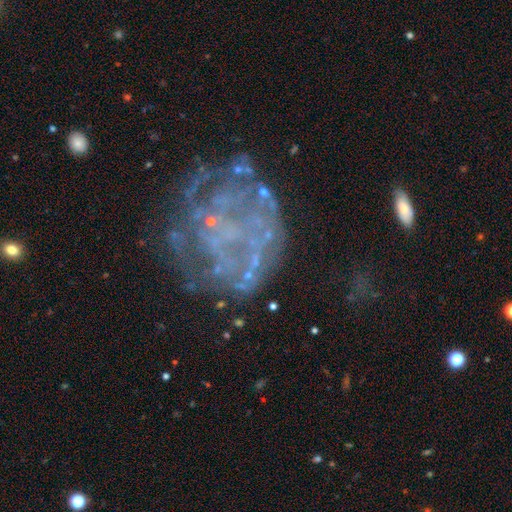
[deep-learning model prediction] Smooth or featured? Predicted: featured or disk (p=0.72). Edge-on disk? Predicted: no (p=0.98). Bar? Predicted: no (p=0.88). Spiral arms? Predicted: no (p=0.65). Bulge size? Predicted: none (p=0.71). Merging? Predicted: none (p=0.57).